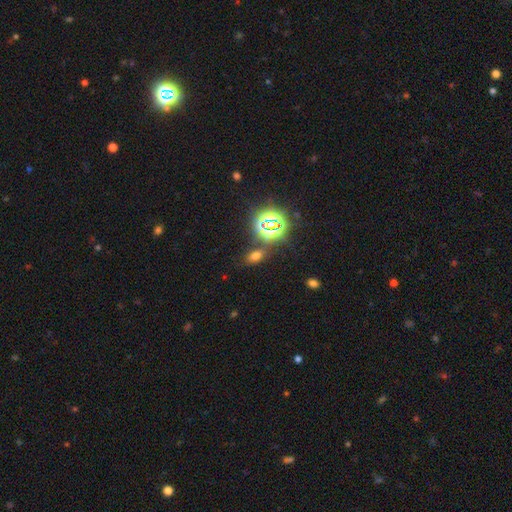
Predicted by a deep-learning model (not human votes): Overall: smooth (54%; star or artifact 38%). How rounded: in between (83%). Merging: none (76%).